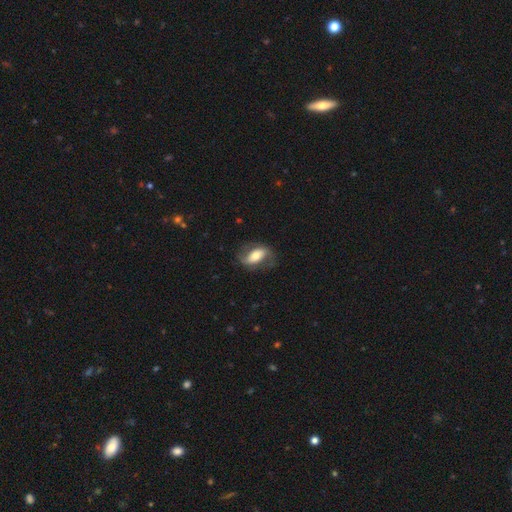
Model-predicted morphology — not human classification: Smooth or featured?
  - featured or disk: 57% *
  - smooth: 37%
  - star or artifact: 6%
Edge-on disk?
  - no: 91% *
  - yes: 9%
Bar?
  - strong: 41% *
  - no: 31%
  - weak: 28%
Spiral arms?
  - yes: 74% *
  - no: 26%
Bulge size?
  - moderate: 57% *
  - large: 21%
  - small: 17%
  - dominant: 3%
  - none: 2%
Merging?
  - none: 69% *
  - minor disturbance: 18%
  - major disturbance: 12%
  - merger: 1%